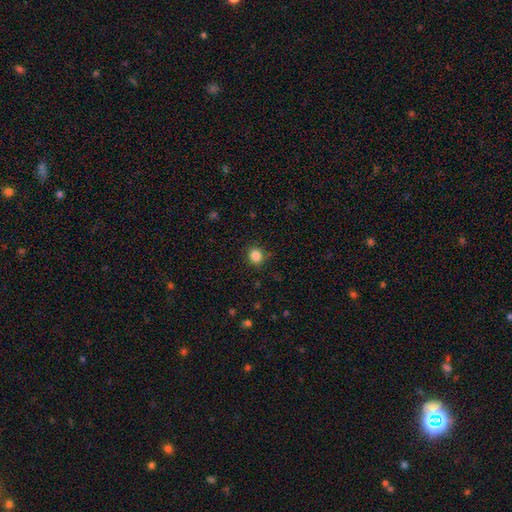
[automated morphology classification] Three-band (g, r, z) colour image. It shows a smooth galaxy with no disk features (86%) that is round (74%). Merging: none (88%).